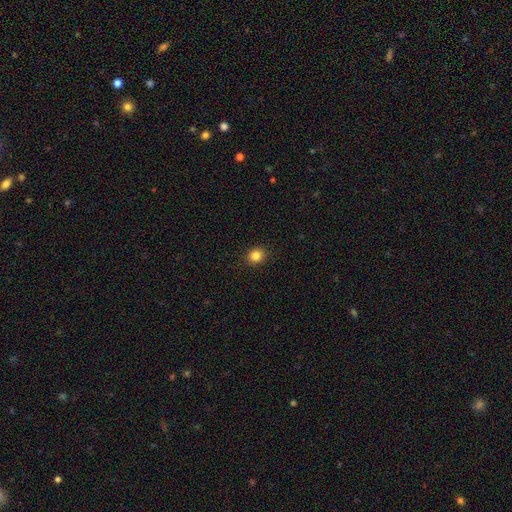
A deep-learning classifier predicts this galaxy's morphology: smooth-or-featured: smooth: 84% | star or artifact: 12% | featured or disk: 5%
  how-rounded: round: 79% | in between: 20% | cigar-shaped: 1%
  merging: none: 91% | minor disturbance: 6% | major disturbance: 2% | merger: 1%